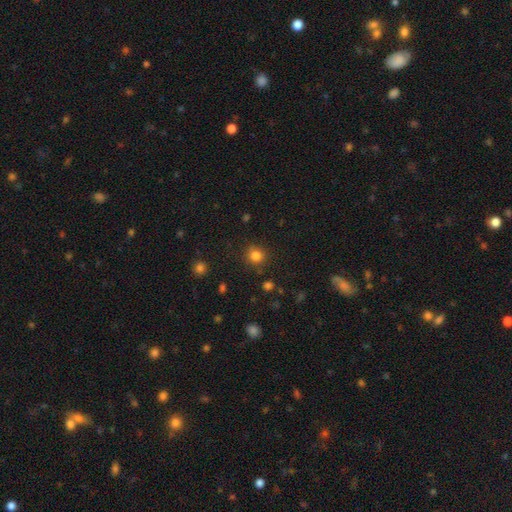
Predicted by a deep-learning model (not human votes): Smooth or featured? smooth (82%)
How rounded? round (90%)
Merging? none (86%)